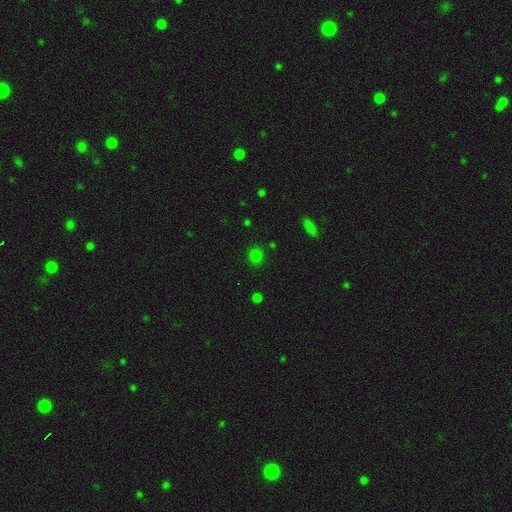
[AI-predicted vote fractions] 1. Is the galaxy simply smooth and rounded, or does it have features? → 76% smooth, 20% star or artifact, 4% featured or disk.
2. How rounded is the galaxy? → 87% round, 11% in between, 1% cigar-shaped.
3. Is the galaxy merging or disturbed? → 88% none, 8% minor disturbance, 2% major disturbance, 2% merger.